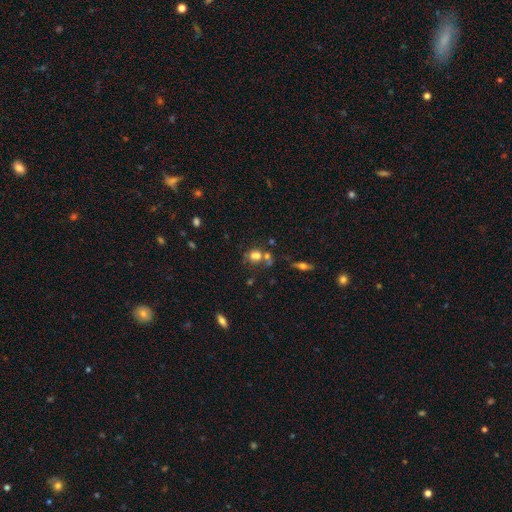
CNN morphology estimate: The model was most divided on "merging": none: 43%, merger: 35%, minor disturbance: 13%, major disturbance: 9%. More confident: smooth or featured — smooth (69%); how rounded — round (57%).